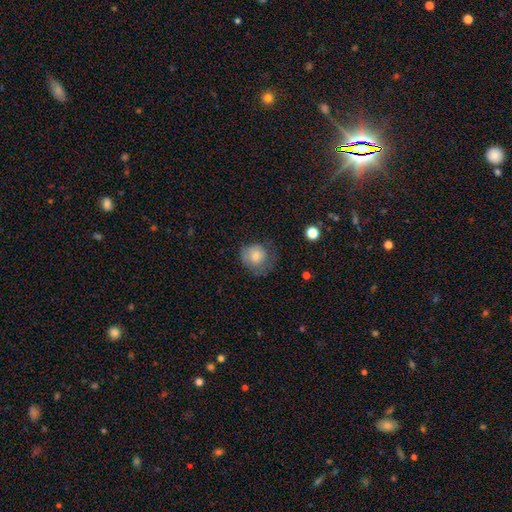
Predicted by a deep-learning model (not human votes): This appears to be a smooth galaxy with no disk features (73%) that is round (83%). Merging: none (51%).